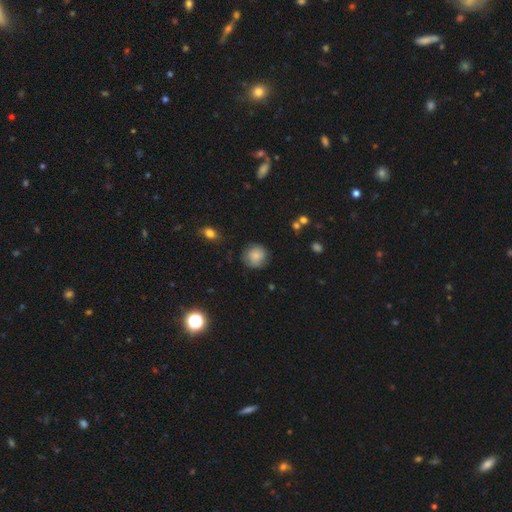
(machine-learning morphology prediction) smooth-or-featured: smooth: 79% | featured or disk: 13% | star or artifact: 9%
  how-rounded: round: 89% | in between: 10% | cigar-shaped: 1%
  merging: none: 75% | minor disturbance: 18% | major disturbance: 5% | merger: 2%